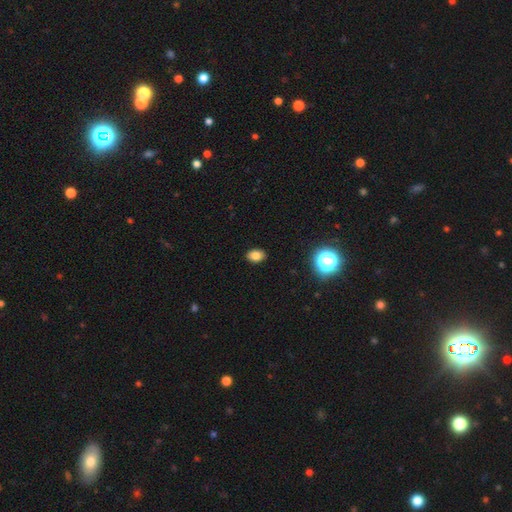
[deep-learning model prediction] A smooth galaxy with no disk features (81%) that is in between round and cigar-shaped (77%). Merging: none (90%).